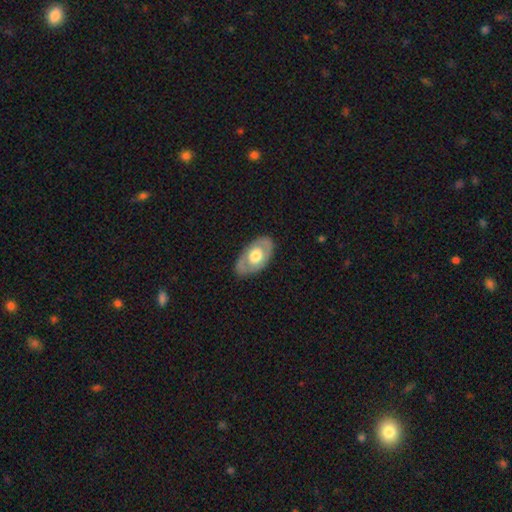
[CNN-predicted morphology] Overall: featured or disk (54%; smooth 41%). Edge-on disk: no (87%). Merging: none (82%).